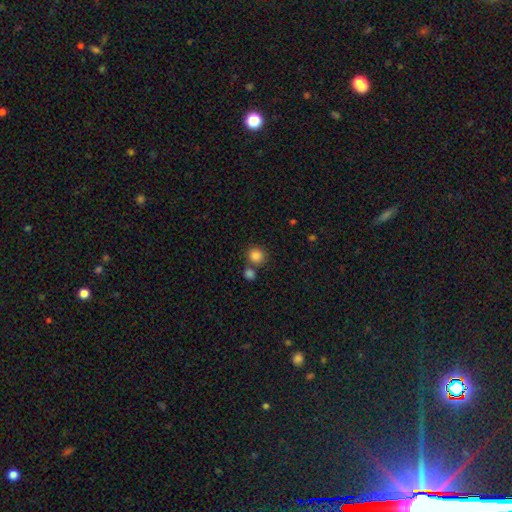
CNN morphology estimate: smooth_or_featured: smooth (p=0.85) [alt: star or artifact p=0.10]
how_rounded: round (p=0.89) [alt: in between p=0.10]
merging: none (p=0.66) [alt: merger p=0.22]